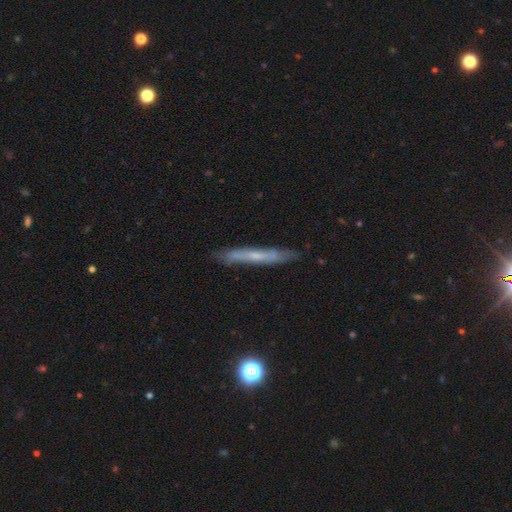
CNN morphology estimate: smooth_or_featured: featured or disk (p=0.54) [alt: smooth p=0.38]
disk_edge_on: yes (p=0.85) [alt: no p=0.15]
merging: none (p=0.83) [alt: minor disturbance p=0.13]